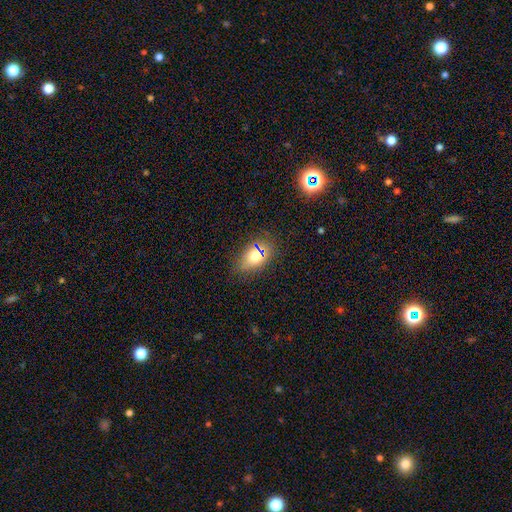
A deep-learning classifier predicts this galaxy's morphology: Smooth or featured? smooth (67%)
How rounded? in between (74%)
Merging? none (81%)